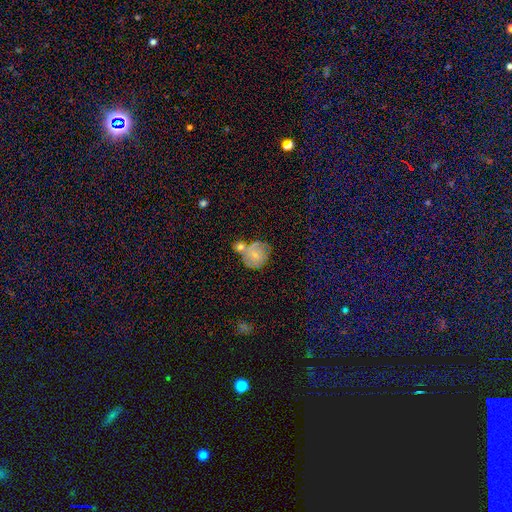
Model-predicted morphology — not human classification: Smooth or featured: smooth — 56% (featured or disk — 34%)
How rounded: round — 72% (in between — 26%)
Merging: none — 37% (merger — 33%)